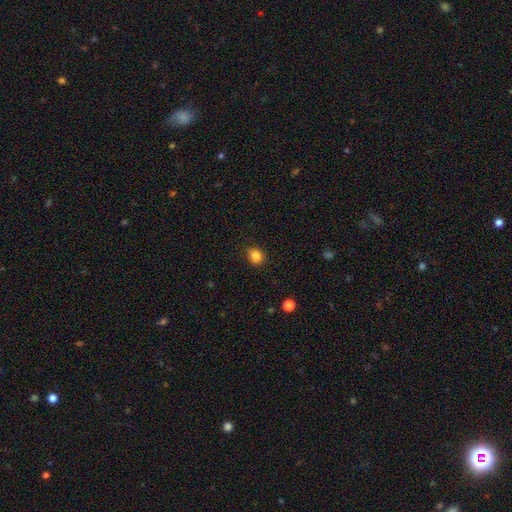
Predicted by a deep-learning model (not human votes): smooth 84%, star or artifact 11%, featured or disk 5%. Down the decision tree: how rounded — round (64%); merging — none (87%).